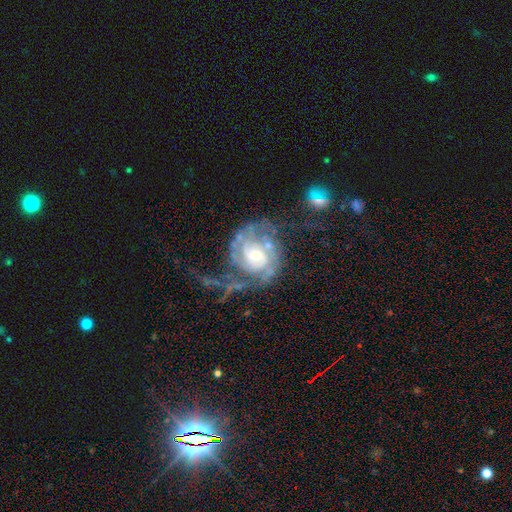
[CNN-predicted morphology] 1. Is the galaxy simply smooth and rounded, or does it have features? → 86% featured or disk, 8% smooth, 6% star or artifact.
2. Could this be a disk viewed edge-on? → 98% no, 2% yes.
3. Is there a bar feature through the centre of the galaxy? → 63% no, 30% weak, 7% strong.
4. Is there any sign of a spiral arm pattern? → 94% yes, 6% no.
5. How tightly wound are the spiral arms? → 52% tight, 35% medium, 13% loose.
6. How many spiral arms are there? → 52% 2, 23% can't tell, 11% 3, 6% 1, 4% 4, 4% more than 4.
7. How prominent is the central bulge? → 51% moderate, 40% small, 6% large, 2% none, 1% dominant.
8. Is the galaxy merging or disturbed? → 41% none, 31% major disturbance, 20% minor disturbance, 9% merger.